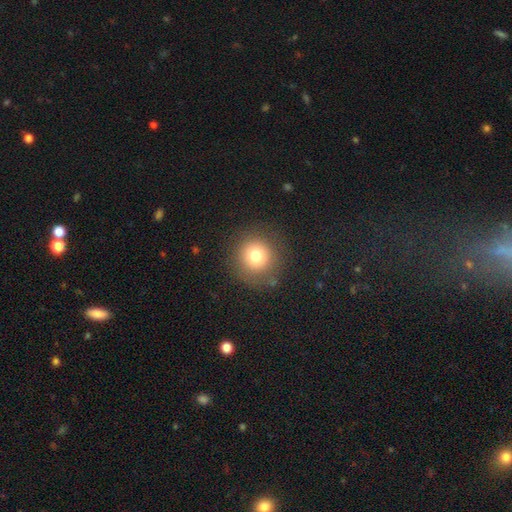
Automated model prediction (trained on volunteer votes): A smooth galaxy with no disk features (77%) that is round (93%).

Vote fractions:
- Smooth or featured? smooth: 77% / star or artifact: 12% / featured or disk: 11%
- How rounded? round: 93% / in between: 6% / cigar-shaped: 1%
- Merging? none: 82% / minor disturbance: 11% / major disturbance: 5% / merger: 2%